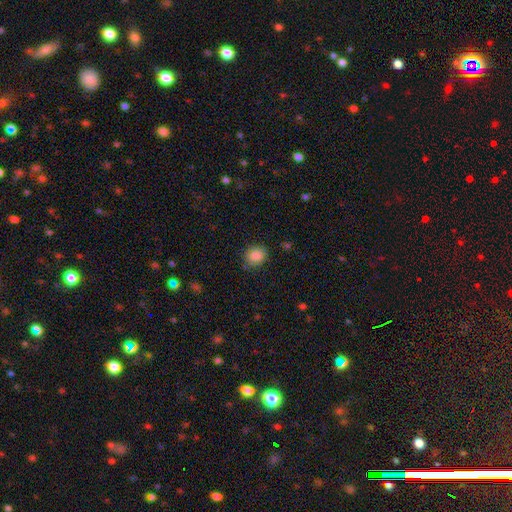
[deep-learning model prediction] Morphology: type=smooth (87%); roundness=round (66%); merging=none (83%).